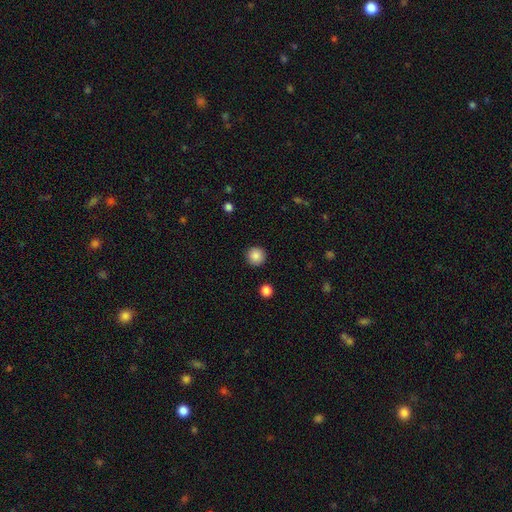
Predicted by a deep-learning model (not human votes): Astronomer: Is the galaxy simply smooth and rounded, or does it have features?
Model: smooth — 87%.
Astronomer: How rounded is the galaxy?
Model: round — 95%.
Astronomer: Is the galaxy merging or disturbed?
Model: none — 92%.